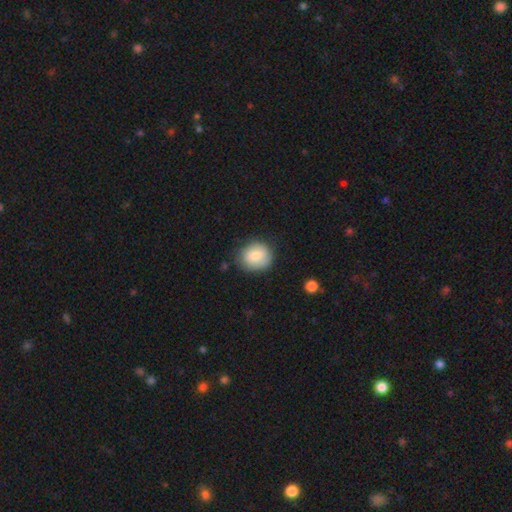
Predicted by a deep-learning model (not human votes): This appears to be a smooth galaxy with no disk features (80%) that is round (75%). Merging: none (80%).